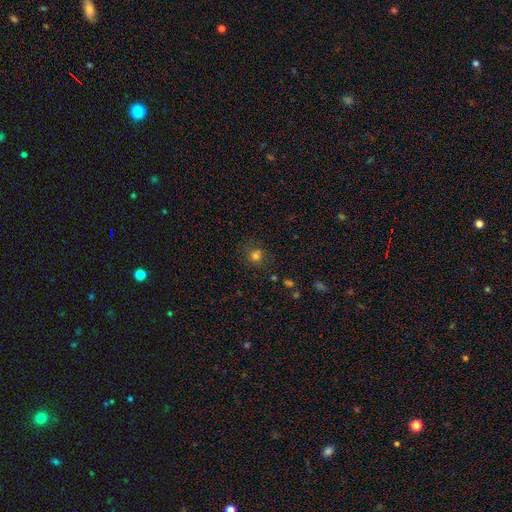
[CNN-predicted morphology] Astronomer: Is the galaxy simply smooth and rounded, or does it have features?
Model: smooth — 72%.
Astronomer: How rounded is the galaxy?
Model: round — 80%.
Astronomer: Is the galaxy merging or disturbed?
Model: none — 68%.